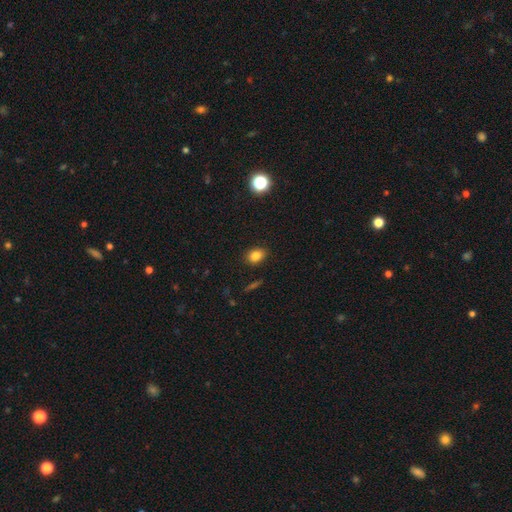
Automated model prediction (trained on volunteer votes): A smooth galaxy with no disk features (82%) that is in between round and cigar-shaped (70%). Merging: none (86%).